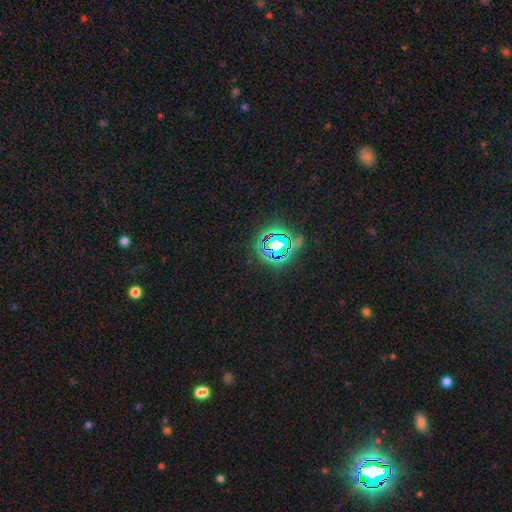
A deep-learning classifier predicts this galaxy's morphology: A star or artifact, not a galaxy (80%).

Vote fractions:
- Smooth or featured? star or artifact: 80% / smooth: 13% / featured or disk: 7%